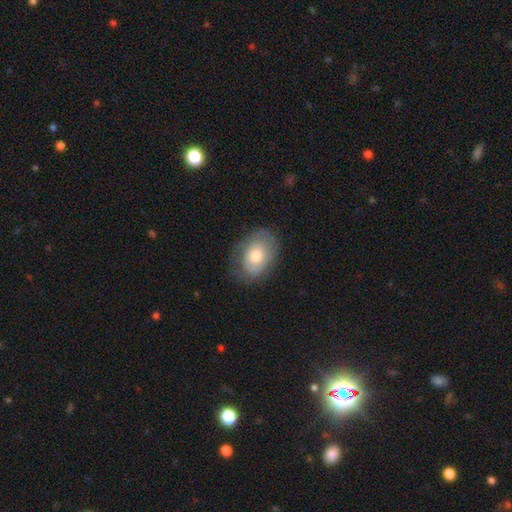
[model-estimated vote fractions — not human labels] This is likely a smooth galaxy (62%). How rounded: likely in between (80%). Merging: likely none (72%).